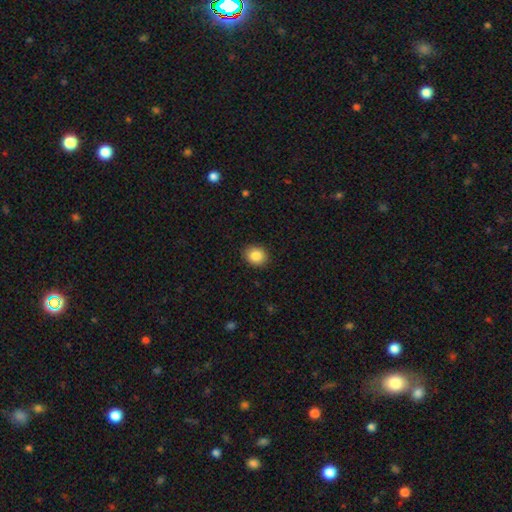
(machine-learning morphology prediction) smooth 87%, star or artifact 9%, featured or disk 4%. Down the decision tree: how rounded — round (62%); merging — none (90%).